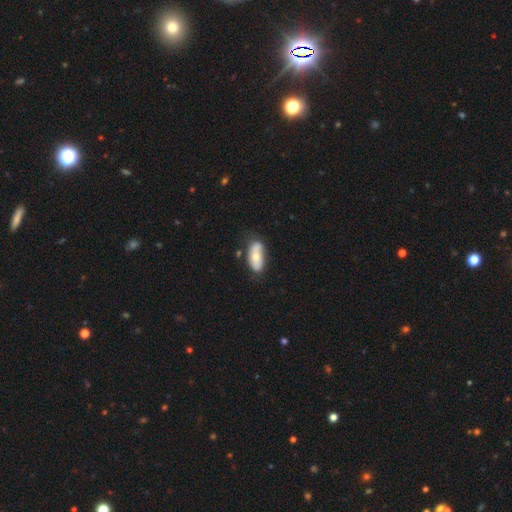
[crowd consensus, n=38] Q: Smooth or featured?
A: smooth (61%); runner-up: featured or disk (34%)
Q: How rounded?
A: in between (87%); runner-up: cigar-shaped (9%)
Q: Merging?
A: none (53%); runner-up: minor disturbance (31%)